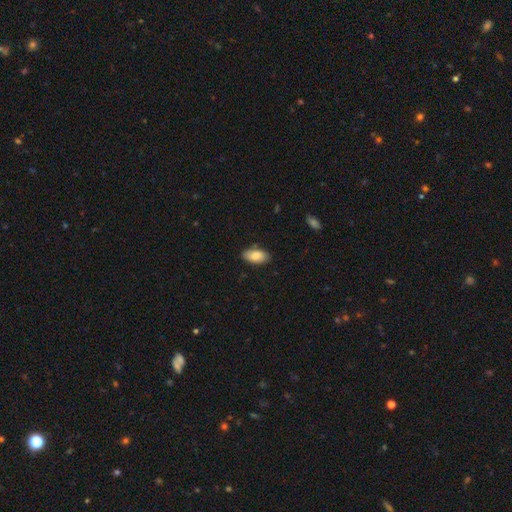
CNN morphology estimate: The model was most divided on "merging": none: 85%, minor disturbance: 12%, major disturbance: 2%, merger: 1%. More confident: how rounded — in between (94%); smooth or featured — smooth (85%).